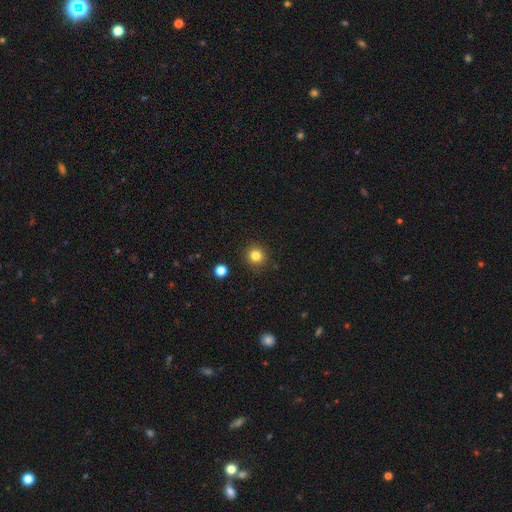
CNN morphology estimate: smooth_or_featured: smooth (p=0.82) [alt: star or artifact p=0.13]
how_rounded: round (p=0.93) [alt: in between p=0.06]
merging: none (p=0.90) [alt: minor disturbance p=0.06]